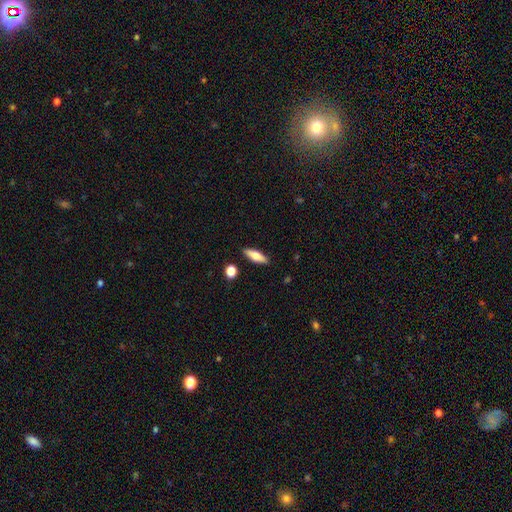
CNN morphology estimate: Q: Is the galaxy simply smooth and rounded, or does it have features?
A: smooth — 64%.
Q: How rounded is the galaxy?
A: cigar-shaped — 51%.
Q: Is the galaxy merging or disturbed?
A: none — 87%.